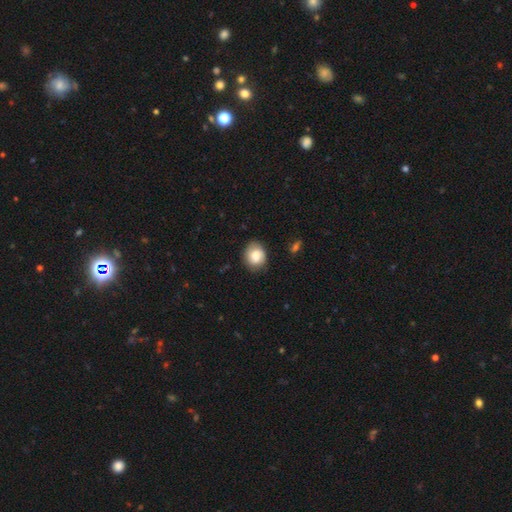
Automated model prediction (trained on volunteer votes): A smooth galaxy with no disk features (81%) that is round (55%). Merging: none (78%).